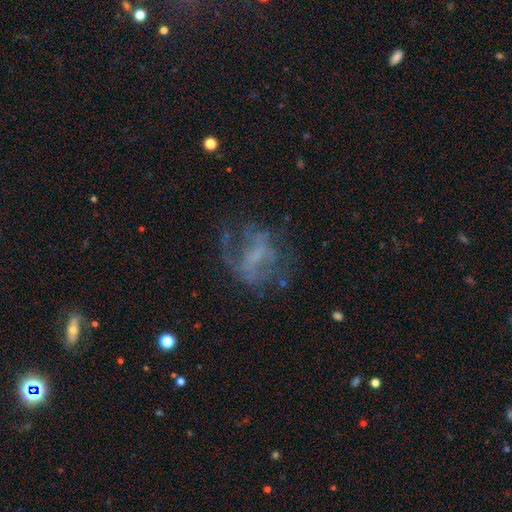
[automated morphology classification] Smooth or featured?
  - featured or disk: 58% *
  - smooth: 24%
  - star or artifact: 18%
Edge-on disk?
  - no: 96% *
  - yes: 4%
Bar?
  - no: 53% *
  - weak: 32%
  - strong: 15%
Spiral arms?
  - no: 55% *
  - yes: 45%
Bulge size?
  - none: 57% *
  - small: 26%
  - moderate: 13%
  - large: 3%
  - dominant: 1%
Merging?
  - none: 49% *
  - major disturbance: 30%
  - minor disturbance: 18%
  - merger: 3%